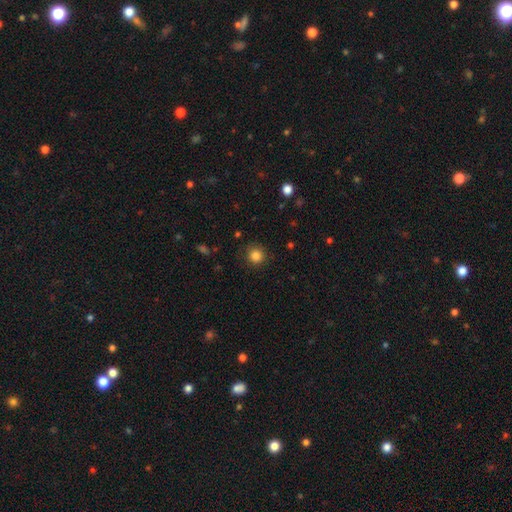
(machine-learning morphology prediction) smooth_or_featured: smooth (p=0.84) [alt: star or artifact p=0.12]
how_rounded: round (p=0.93) [alt: in between p=0.06]
merging: none (p=0.88) [alt: minor disturbance p=0.08]